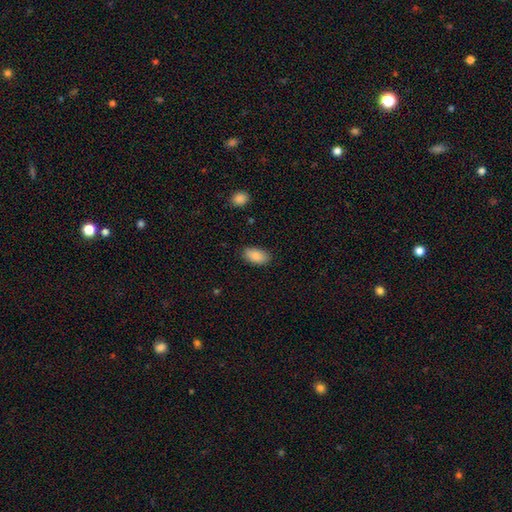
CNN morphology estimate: This appears to be a smooth galaxy with no disk features (88%) that is in between round and cigar-shaped (93%). Merging: none (85%).